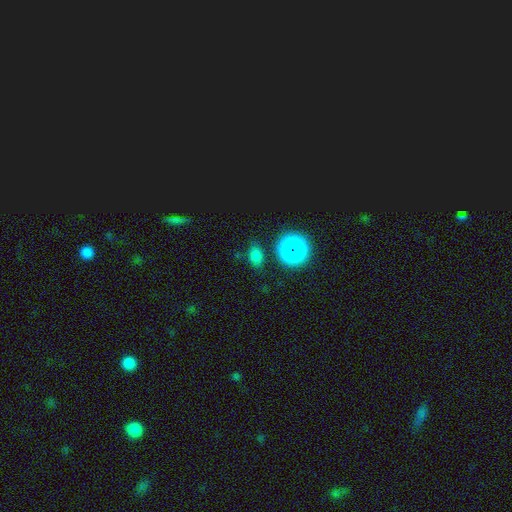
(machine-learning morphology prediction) This is likely a smooth galaxy (73%). How rounded: likely in between (61%). Merging: clearly none (80%).